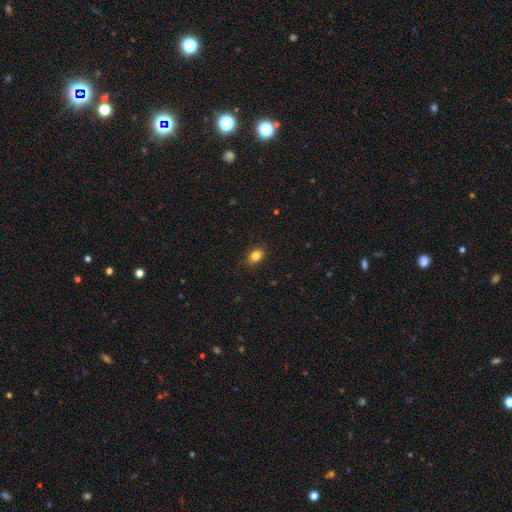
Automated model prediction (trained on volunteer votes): A smooth galaxy with no disk features (83%) that is in between round and cigar-shaped (73%).

Vote fractions:
- Smooth or featured? smooth: 83% / star or artifact: 10% / featured or disk: 6%
- How rounded? in between: 73% / round: 25% / cigar-shaped: 2%
- Merging? none: 86% / minor disturbance: 11% / major disturbance: 2% / merger: 1%